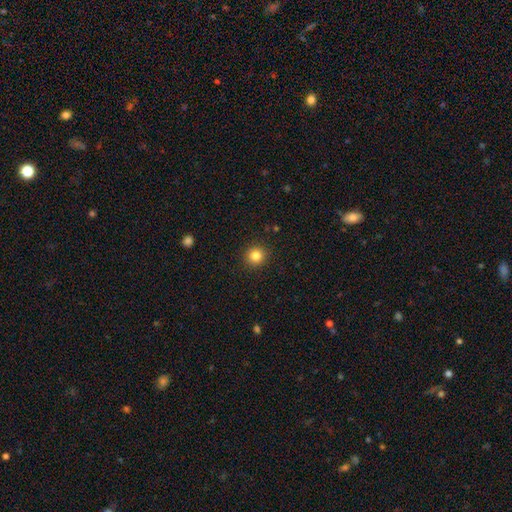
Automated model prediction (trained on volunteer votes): Q: Smooth or featured?
A: smooth (83%); runner-up: star or artifact (12%)
Q: How rounded?
A: round (93%); runner-up: in between (7%)
Q: Merging?
A: none (91%); runner-up: minor disturbance (6%)